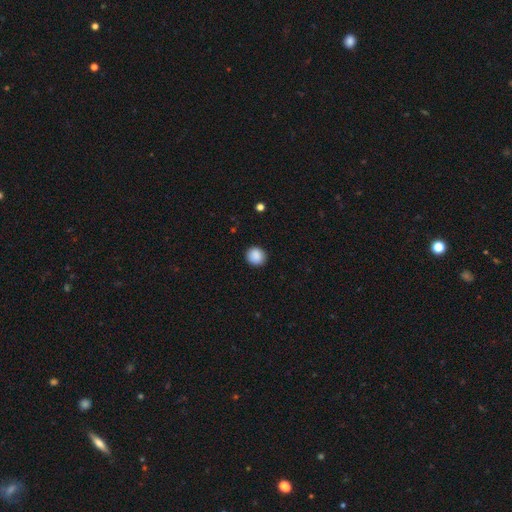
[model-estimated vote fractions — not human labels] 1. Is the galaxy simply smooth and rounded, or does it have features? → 89% smooth, 8% star or artifact, 3% featured or disk.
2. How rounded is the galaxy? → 90% round, 9% in between, 1% cigar-shaped.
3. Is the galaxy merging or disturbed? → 91% none, 6% minor disturbance, 2% major disturbance, 1% merger.